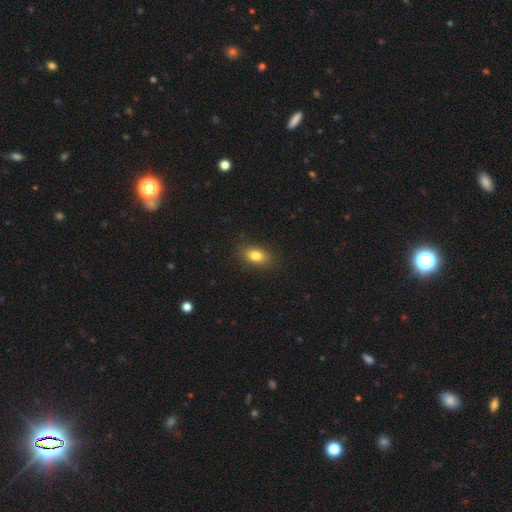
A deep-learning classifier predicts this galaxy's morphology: smooth 82%, star or artifact 9%, featured or disk 8%. Down the decision tree: how rounded — in between (83%); merging — none (87%).